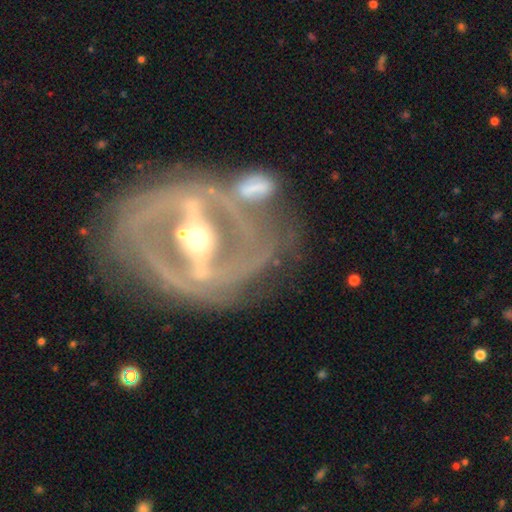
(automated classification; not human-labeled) smooth-or-featured: featured or disk: 89% | smooth: 6% | star or artifact: 6%
  disk-edge-on: no: 91% | yes: 9%
    bar: strong: 79% | weak: 14% | no: 8%
    has-spiral-arms: yes: 75% | no: 25%
      spiral-winding: tight: 48% | medium: 37% | loose: 16%
      spiral-arm-count: 2: 61% | can't tell: 19% | 3: 8% | 1: 5% | 4: 4% | more than 4: 3%
    bulge-size: moderate: 63% | small: 30% | large: 4% | dominant: 1% | none: 1%
  merging: none: 52% | merger: 19% | minor disturbance: 16% | major disturbance: 13%